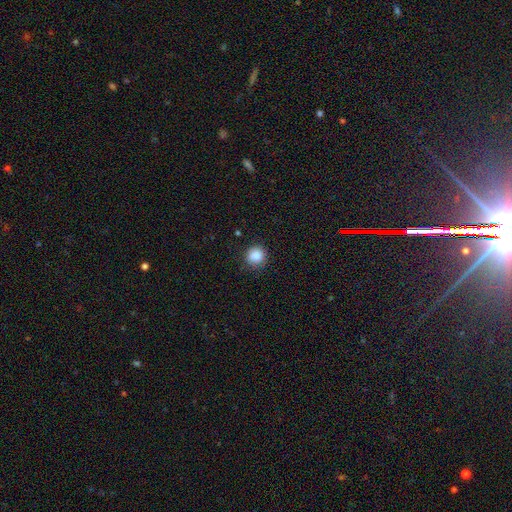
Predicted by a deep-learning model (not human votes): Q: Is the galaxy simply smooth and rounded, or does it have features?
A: smooth — 87%.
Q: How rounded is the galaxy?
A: round — 88%.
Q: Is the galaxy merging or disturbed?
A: none — 84%.